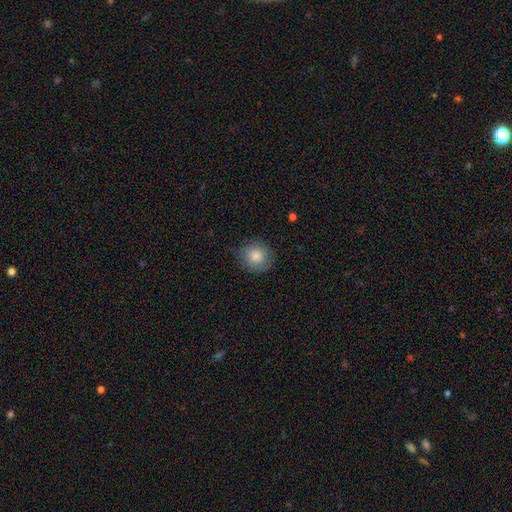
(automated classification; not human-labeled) Q: Smooth or featured?
A: smooth (82%); runner-up: featured or disk (10%)
Q: How rounded?
A: round (87%); runner-up: in between (12%)
Q: Merging?
A: none (79%); runner-up: minor disturbance (16%)